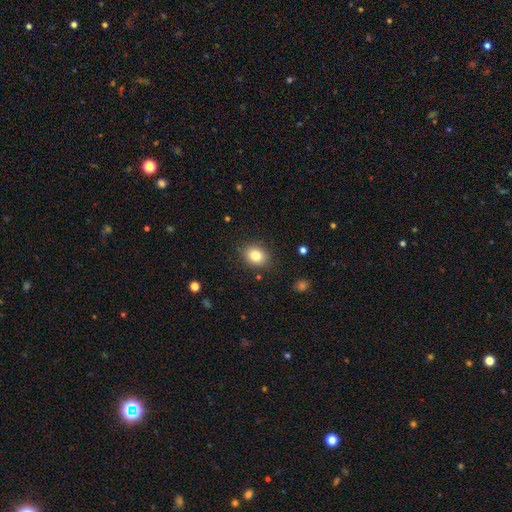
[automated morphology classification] smooth_or_featured: smooth (p=0.83) [alt: star or artifact p=0.10]
how_rounded: round (p=0.54) [alt: in between p=0.45]
merging: none (p=0.86) [alt: minor disturbance p=0.10]